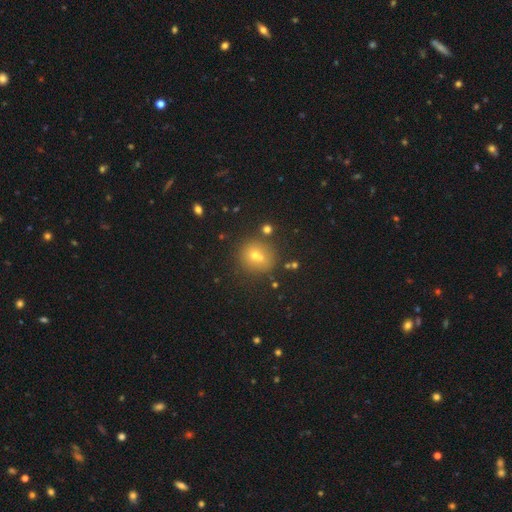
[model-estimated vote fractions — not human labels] Smooth or featured? Predicted: smooth (p=0.64). How rounded? Predicted: round (p=0.84). Merging? Predicted: none (p=0.67).